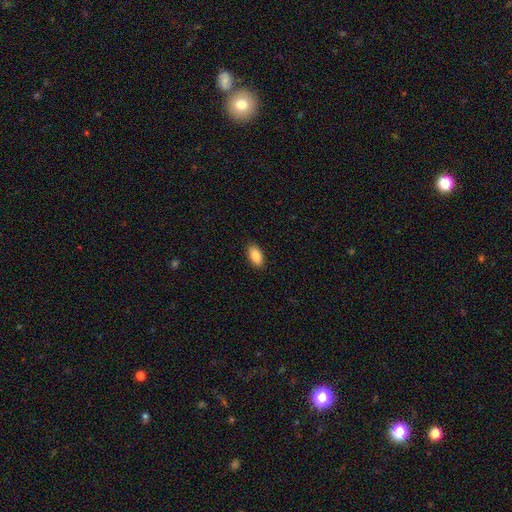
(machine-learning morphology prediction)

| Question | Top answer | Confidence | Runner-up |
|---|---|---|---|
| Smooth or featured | smooth | 89% | star or artifact (7%) |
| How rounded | in between | 94% | round (3%) |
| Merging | none | 89% | minor disturbance (8%) |